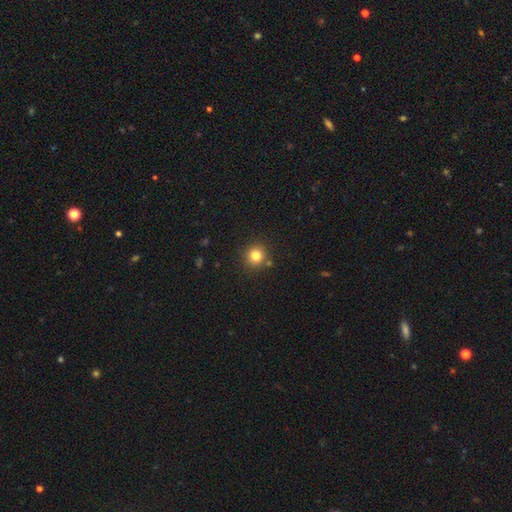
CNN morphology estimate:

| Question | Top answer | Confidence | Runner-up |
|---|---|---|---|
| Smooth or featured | smooth | 81% | star or artifact (13%) |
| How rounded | round | 93% | in between (6%) |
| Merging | none | 85% | minor disturbance (8%) |